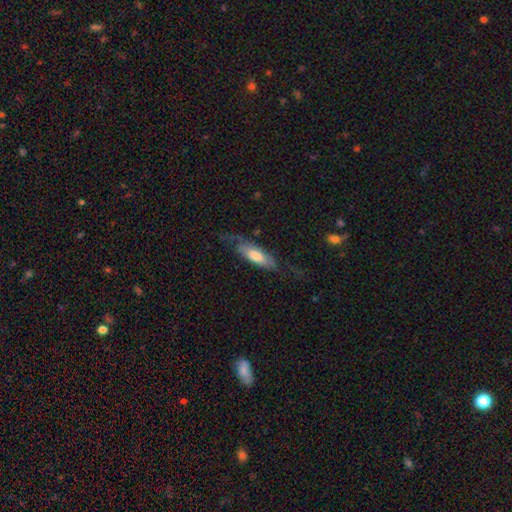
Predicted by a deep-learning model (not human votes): A featured or disk galaxy (48%).

Vote fractions:
- Smooth or featured? featured or disk: 48% / smooth: 46% / star or artifact: 6%
- Merging? none: 56% / minor disturbance: 23% / major disturbance: 19% / merger: 2%